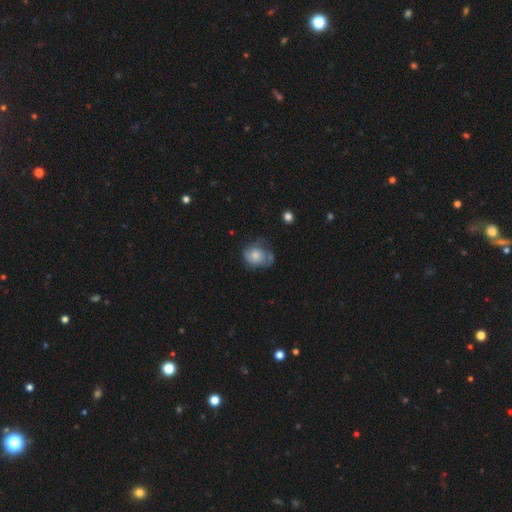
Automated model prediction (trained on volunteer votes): Smooth or featured?
  - smooth: 70% *
  - featured or disk: 22%
  - star or artifact: 8%
How rounded?
  - in between: 50% *
  - round: 49%
  - cigar-shaped: 1%
Merging?
  - none: 40% *
  - minor disturbance: 32%
  - major disturbance: 19%
  - merger: 9%